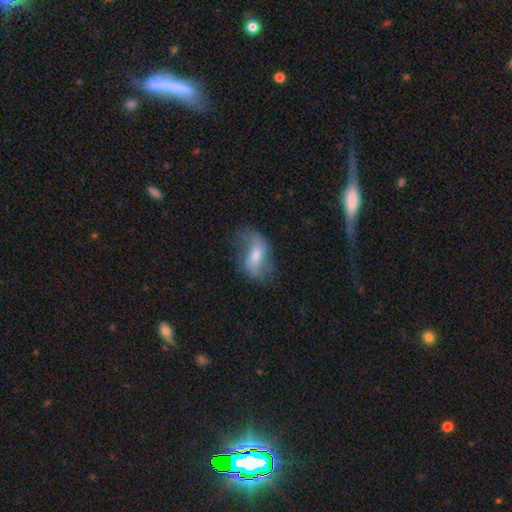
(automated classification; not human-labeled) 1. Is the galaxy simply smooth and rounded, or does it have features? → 48% featured or disk, 43% smooth, 8% star or artifact.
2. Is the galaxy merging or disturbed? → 47% none, 27% minor disturbance, 24% major disturbance, 2% merger.